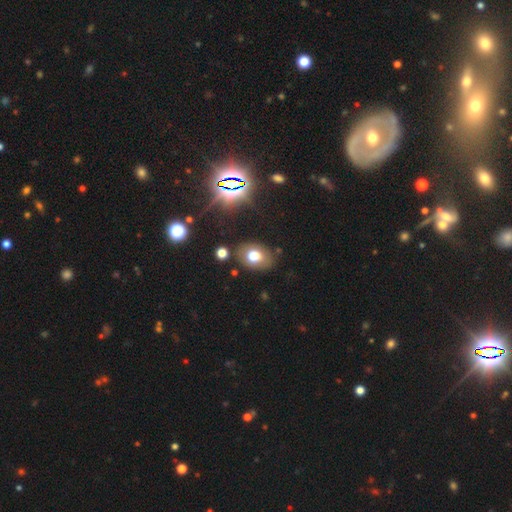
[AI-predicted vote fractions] The model was most divided on "how rounded": in between: 71%, round: 28%, cigar-shaped: 1%. More confident: merging — none (81%); smooth or featured — smooth (67%).